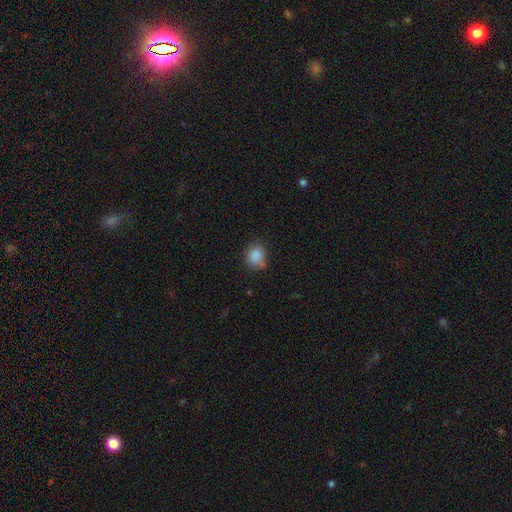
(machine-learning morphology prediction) Q: Smooth or featured?
A: smooth (85%); runner-up: star or artifact (10%)
Q: How rounded?
A: round (61%); runner-up: in between (38%)
Q: Merging?
A: none (62%); runner-up: minor disturbance (28%)